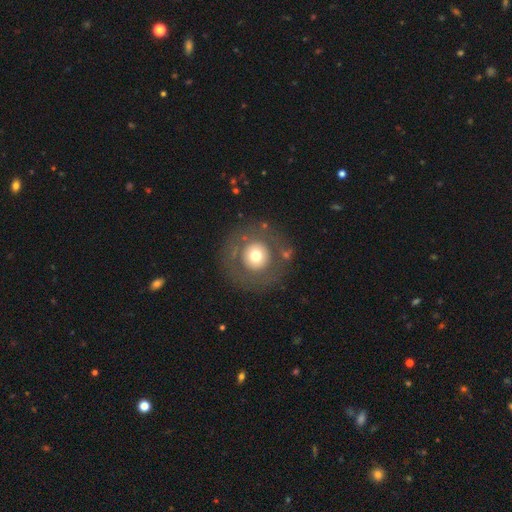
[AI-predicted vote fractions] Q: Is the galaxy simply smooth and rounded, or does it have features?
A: smooth — 58%.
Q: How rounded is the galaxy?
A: round — 95%.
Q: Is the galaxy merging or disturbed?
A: none — 80%.